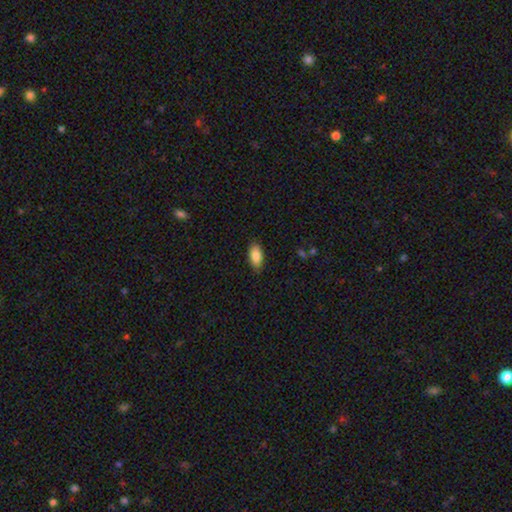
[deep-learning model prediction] smooth_or_featured: smooth (p=0.86) [alt: featured or disk p=0.07]
how_rounded: in between (p=0.91) [alt: cigar-shaped p=0.06]
merging: none (p=0.86) [alt: minor disturbance p=0.11]